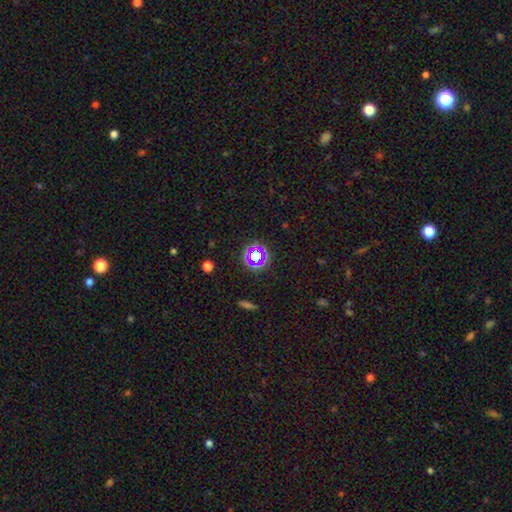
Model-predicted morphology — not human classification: A star or artifact, not a galaxy (62%).

Vote fractions:
- Smooth or featured? star or artifact: 62% / smooth: 27% / featured or disk: 11%